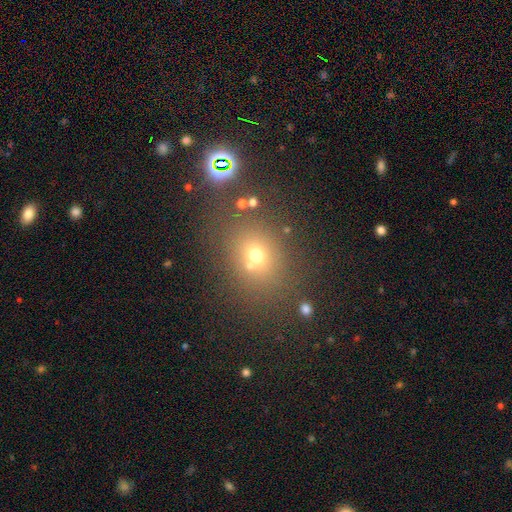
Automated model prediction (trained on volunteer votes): Smooth or featured?
  - smooth: 63% *
  - star or artifact: 24%
  - featured or disk: 13%
How rounded?
  - round: 60% *
  - in between: 39%
  - cigar-shaped: 1%
Merging?
  - none: 70% *
  - minor disturbance: 12%
  - merger: 12%
  - major disturbance: 6%